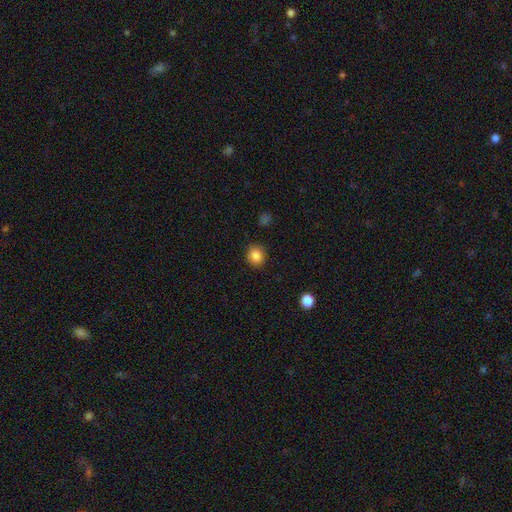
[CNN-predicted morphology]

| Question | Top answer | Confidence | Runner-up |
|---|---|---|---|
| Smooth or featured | smooth | 86% | star or artifact (10%) |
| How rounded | round | 87% | in between (12%) |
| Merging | none | 90% | minor disturbance (7%) |